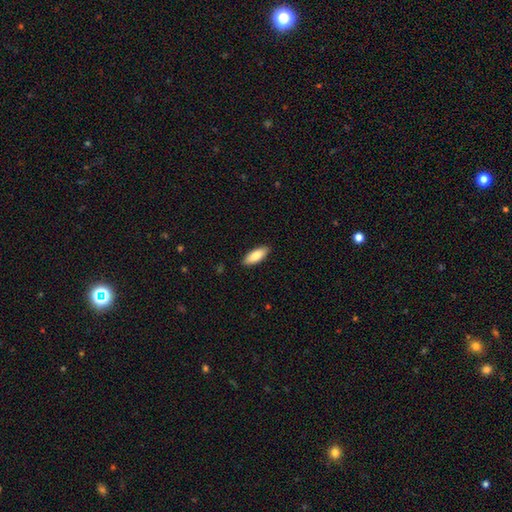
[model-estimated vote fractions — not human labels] This is clearly a smooth galaxy (86%). How rounded: likely in between (74%). Merging: clearly none (88%).